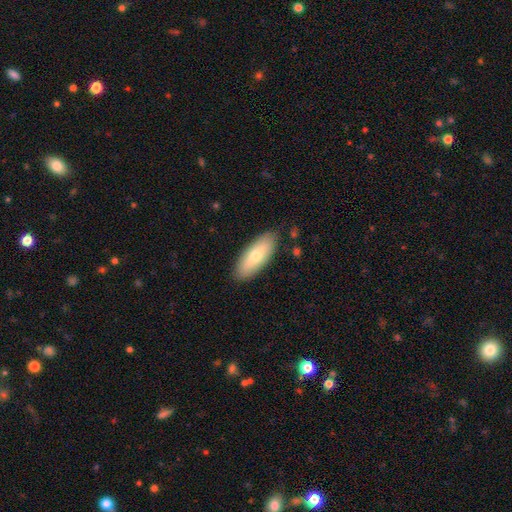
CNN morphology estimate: Overall: smooth (68%). How rounded: in between (74%). Merging: none (87%).